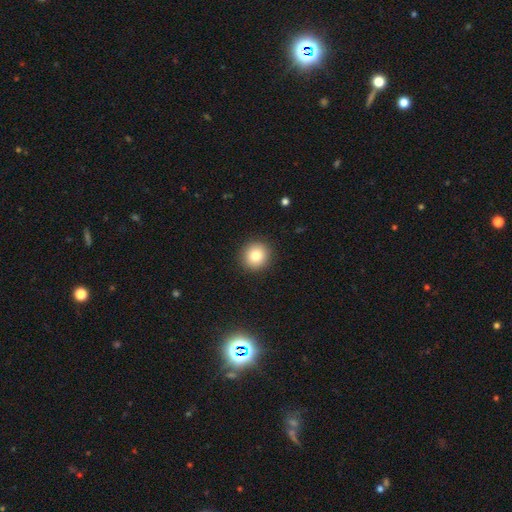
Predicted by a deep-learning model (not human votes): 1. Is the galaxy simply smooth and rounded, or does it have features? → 81% smooth, 10% star or artifact, 9% featured or disk.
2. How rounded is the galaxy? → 93% round, 7% in between, 1% cigar-shaped.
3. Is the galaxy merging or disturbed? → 92% none, 5% minor disturbance, 2% major disturbance, 1% merger.